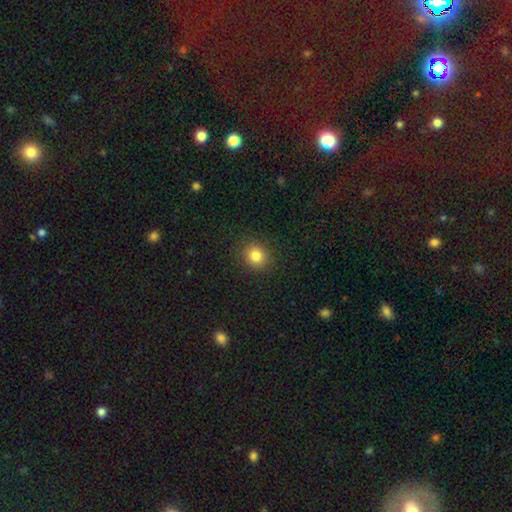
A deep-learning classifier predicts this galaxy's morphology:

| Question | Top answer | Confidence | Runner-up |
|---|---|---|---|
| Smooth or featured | smooth | 82% | star or artifact (12%) |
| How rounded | round | 79% | in between (20%) |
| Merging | none | 90% | minor disturbance (7%) |